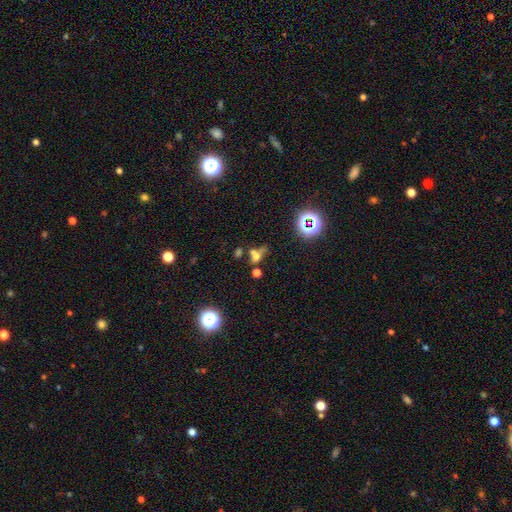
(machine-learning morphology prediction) Smooth or featured?
  - smooth: 49% *
  - star or artifact: 30%
  - featured or disk: 21%
Merging?
  - merger: 44% *
  - none: 35%
  - minor disturbance: 11%
  - major disturbance: 10%